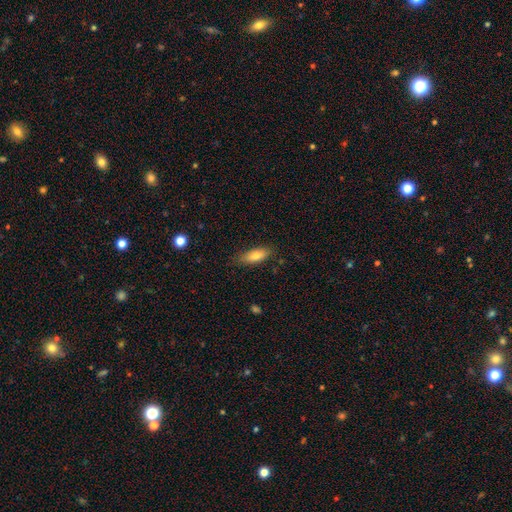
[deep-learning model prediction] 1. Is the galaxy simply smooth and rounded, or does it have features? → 77% smooth, 16% featured or disk, 7% star or artifact.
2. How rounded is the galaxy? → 70% in between, 28% cigar-shaped, 2% round.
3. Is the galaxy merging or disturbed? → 82% none, 14% minor disturbance, 3% major disturbance, 1% merger.